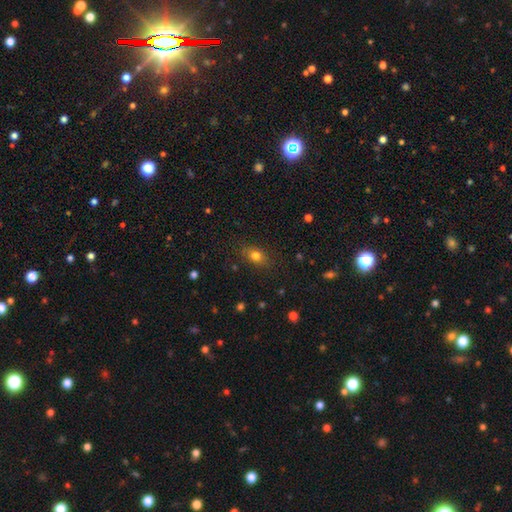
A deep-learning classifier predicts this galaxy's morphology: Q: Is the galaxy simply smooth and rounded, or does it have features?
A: smooth — 78%.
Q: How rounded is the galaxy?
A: in between — 68%.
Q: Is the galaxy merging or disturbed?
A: none — 81%.